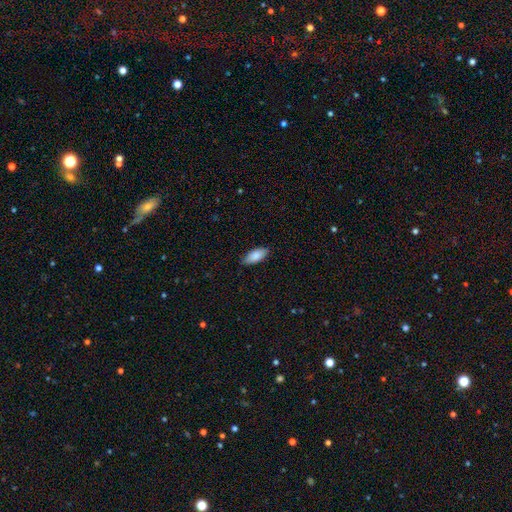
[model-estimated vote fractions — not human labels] Smooth or featured? Predicted: smooth (p=0.86). How rounded? Predicted: in between (p=0.86). Merging? Predicted: none (p=0.84).